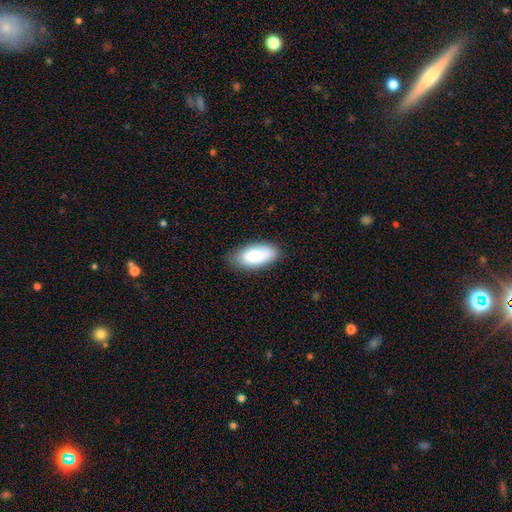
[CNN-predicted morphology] Smooth or featured? Predicted: smooth (p=0.85). How rounded? Predicted: in between (p=0.91). Merging? Predicted: none (p=0.81).